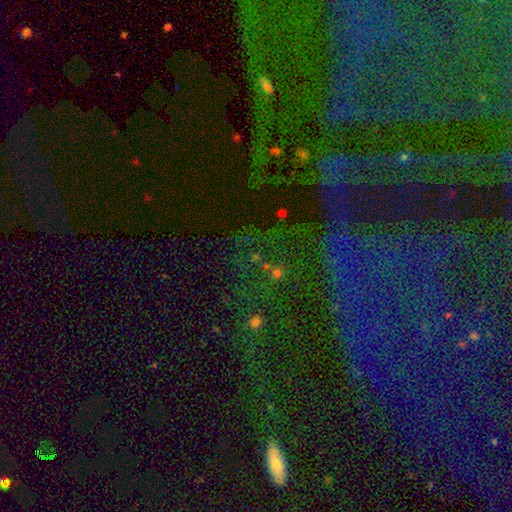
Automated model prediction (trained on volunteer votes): The model was most divided on "smooth or featured": star or artifact: 69%, featured or disk: 16%, smooth: 14%.